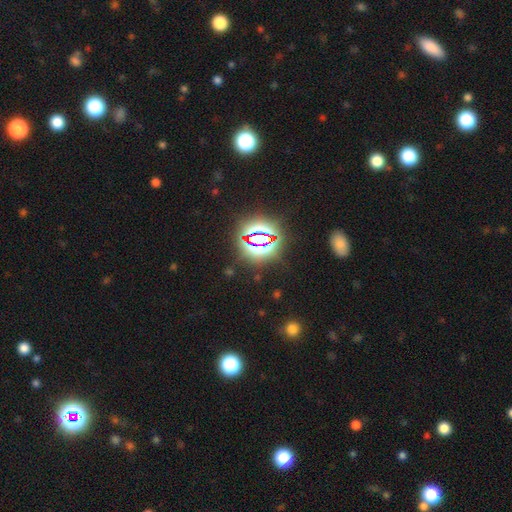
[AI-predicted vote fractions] Overall: star or artifact (80%).